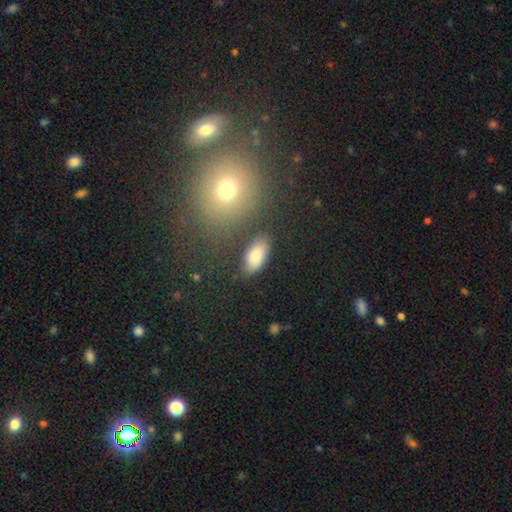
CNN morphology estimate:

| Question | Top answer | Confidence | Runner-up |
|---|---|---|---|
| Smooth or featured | smooth | 82% | featured or disk (10%) |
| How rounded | in between | 91% | cigar-shaped (6%) |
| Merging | none | 77% | minor disturbance (15%) |